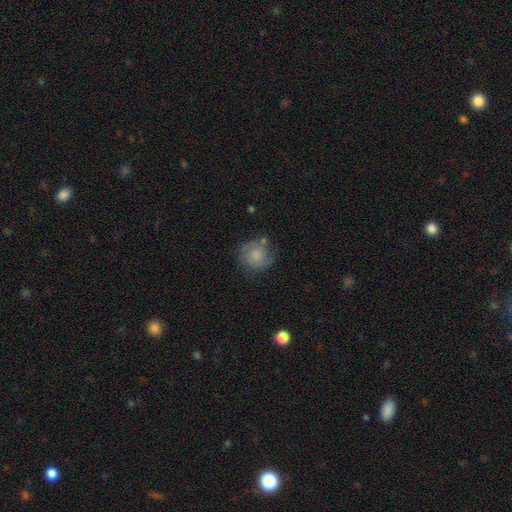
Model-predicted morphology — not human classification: Smooth or featured? Predicted: smooth (p=0.56). How rounded? Predicted: round (p=0.85). Merging? Predicted: none (p=0.62).